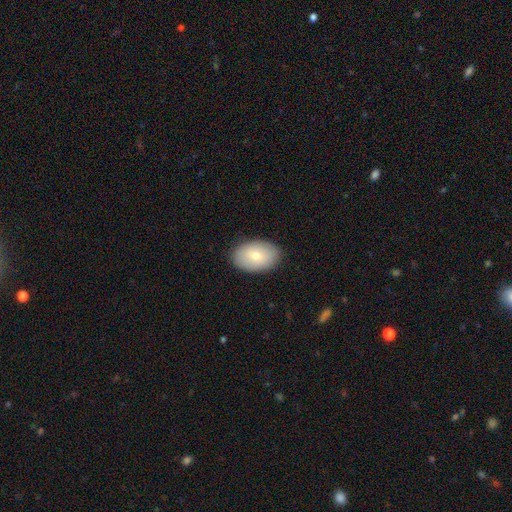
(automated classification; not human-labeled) Smooth or featured? Predicted: smooth (p=0.75). How rounded? Predicted: in between (p=0.89). Merging? Predicted: none (p=0.88).